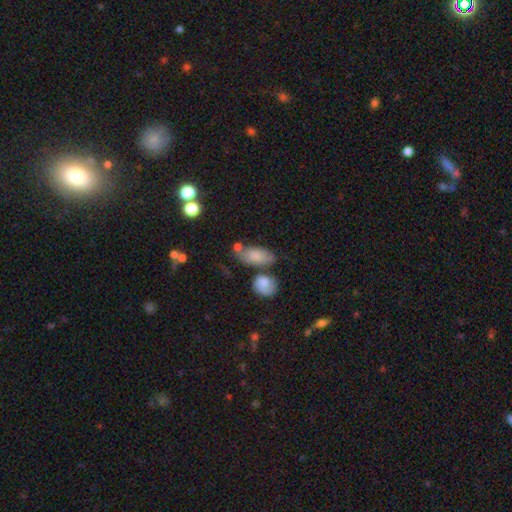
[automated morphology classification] Overall: smooth (77%). How rounded: in between (88%). Merging: none (53%; merger 21%).